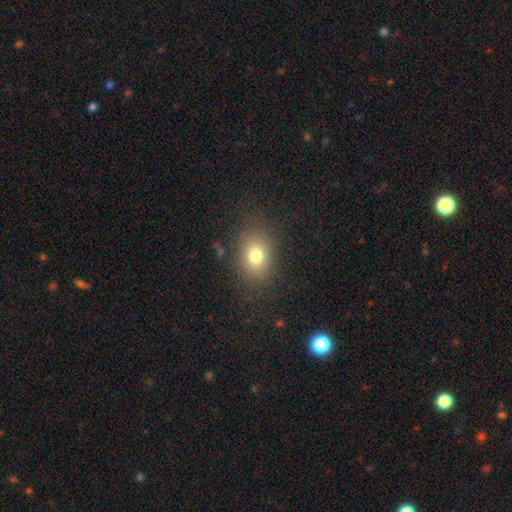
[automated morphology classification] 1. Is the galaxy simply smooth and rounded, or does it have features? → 77% smooth, 12% star or artifact, 11% featured or disk.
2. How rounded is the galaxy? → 67% in between, 32% round, 1% cigar-shaped.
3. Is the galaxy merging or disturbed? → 81% none, 12% minor disturbance, 6% major disturbance, 1% merger.